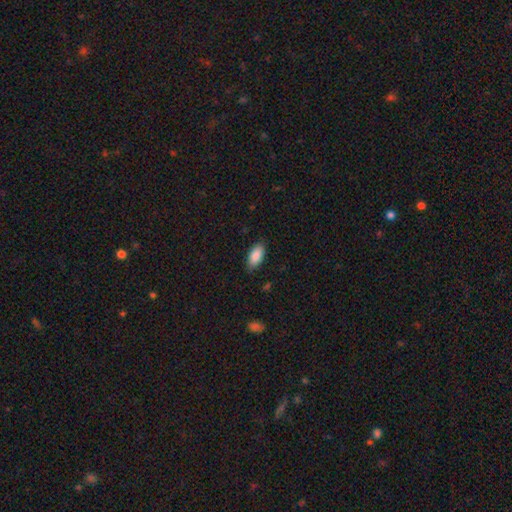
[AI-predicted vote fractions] Morphology: type=smooth (87%); roundness=in between (91%); merging=none (85%).